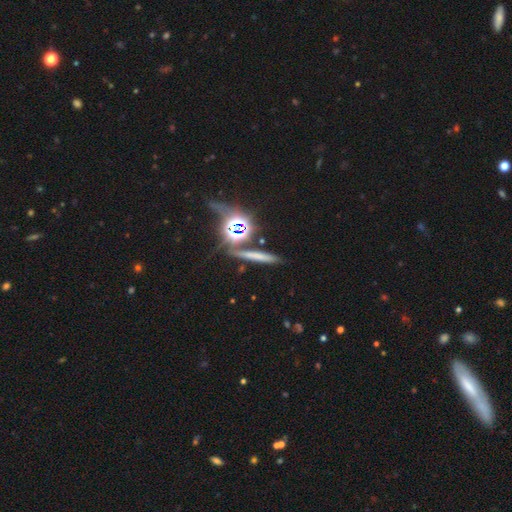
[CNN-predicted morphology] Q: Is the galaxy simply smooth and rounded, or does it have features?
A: smooth — 50%.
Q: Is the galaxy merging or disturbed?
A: none — 77%.